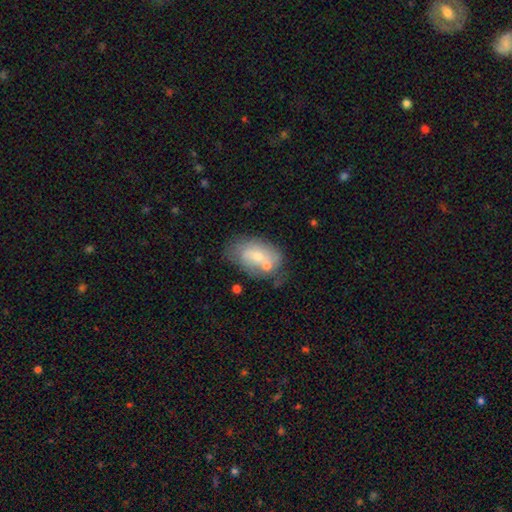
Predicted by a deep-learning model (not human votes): smooth 56%, featured or disk 36%, star or artifact 8%. Down the decision tree: how rounded — in between (87%); merging — none (48%).